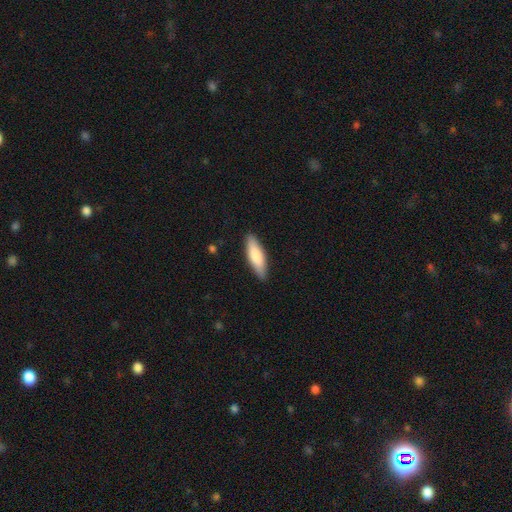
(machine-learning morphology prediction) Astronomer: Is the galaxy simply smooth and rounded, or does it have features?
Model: smooth — 78%.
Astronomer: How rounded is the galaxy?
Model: cigar-shaped — 56% (runner-up: in between, 43%).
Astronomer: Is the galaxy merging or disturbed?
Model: none — 88%.